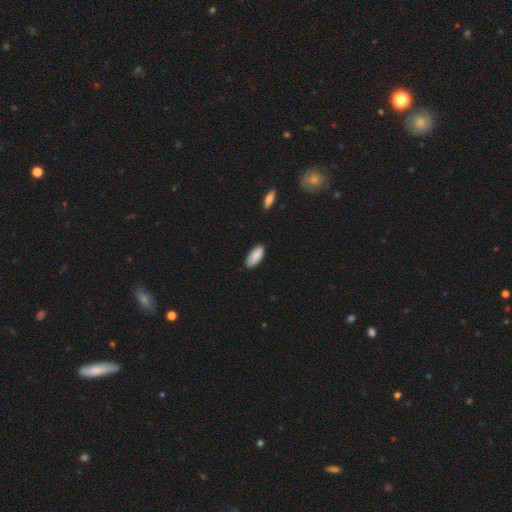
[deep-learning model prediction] A smooth galaxy with no disk features (90%) that is in between round and cigar-shaped (88%).

Vote fractions:
- Smooth or featured? smooth: 90% / star or artifact: 6% / featured or disk: 4%
- How rounded? in between: 88% / cigar-shaped: 11% / round: 2%
- Merging? none: 83% / minor disturbance: 14% / major disturbance: 2% / merger: 1%